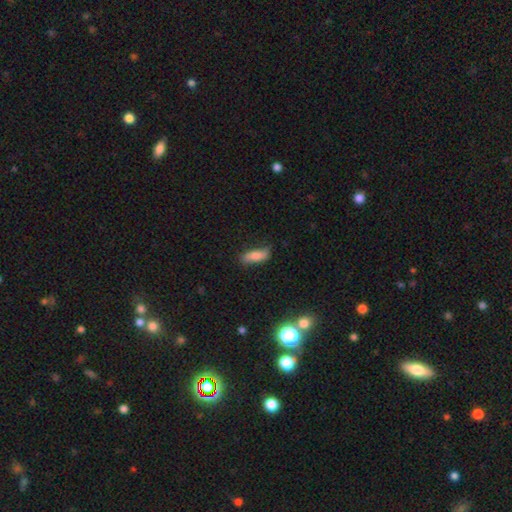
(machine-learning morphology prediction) A smooth galaxy with no disk features (80%) that is in between round and cigar-shaped (59%). Merging: none (73%).